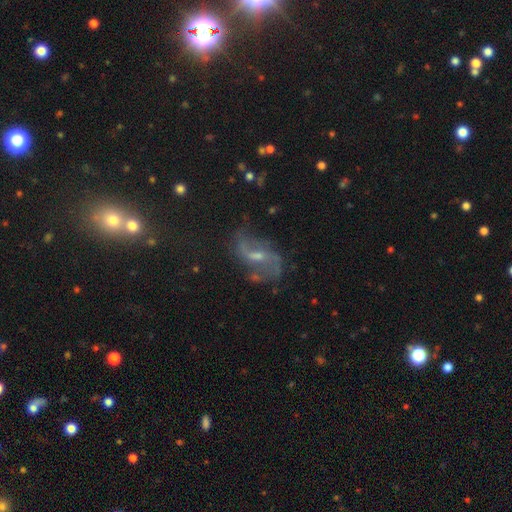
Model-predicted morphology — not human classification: This appears to be a featured or disk galaxy (77%) with a weak bar (53%), 2 (85%) loose (69%) spiral arms (90%) and a small central bulge (48%). Merging: none (63%).